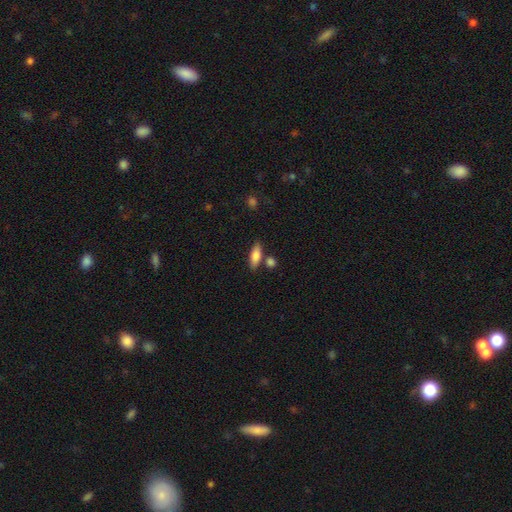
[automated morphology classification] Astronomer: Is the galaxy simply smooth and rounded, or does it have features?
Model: smooth — 78%.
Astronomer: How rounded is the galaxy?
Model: in between — 66%.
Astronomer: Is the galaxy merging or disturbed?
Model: none — 74%.